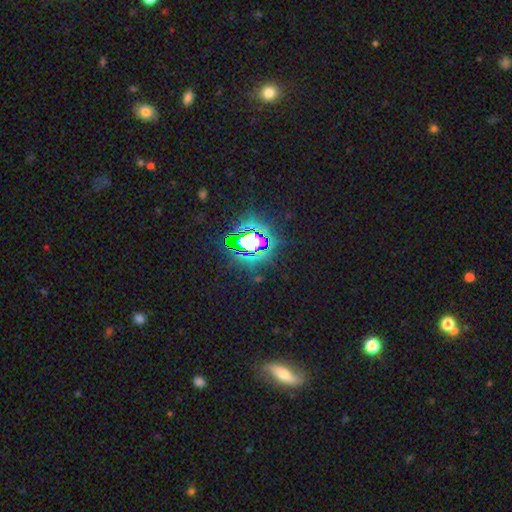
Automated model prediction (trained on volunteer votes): This appears to be a star or artifact, not a galaxy (75%).